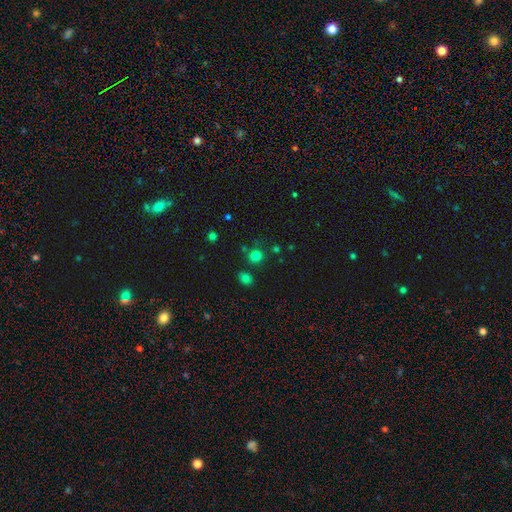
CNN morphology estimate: A smooth galaxy with no disk features (76%) that is round (86%). Merging: none (77%).